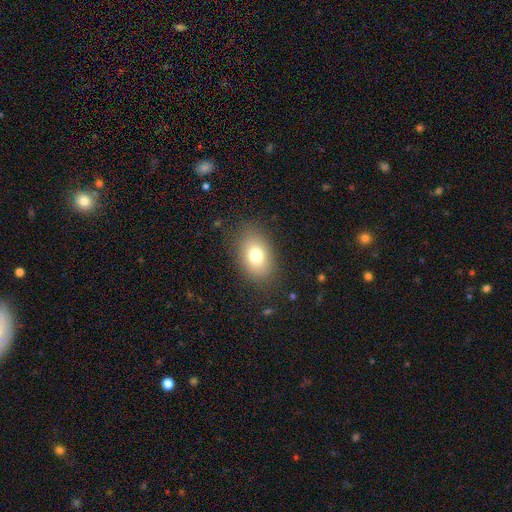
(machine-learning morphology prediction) Smooth or featured? smooth (77%)
How rounded? in between (82%)
Merging? none (83%)